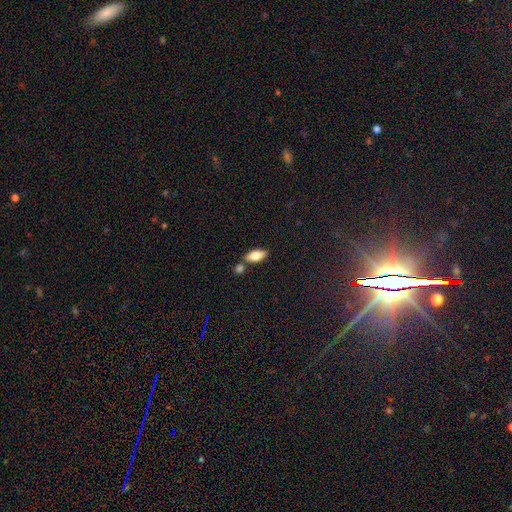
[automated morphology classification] This is likely a smooth galaxy (75%). How rounded: clearly in between (81%). Merging: likely none (71%).